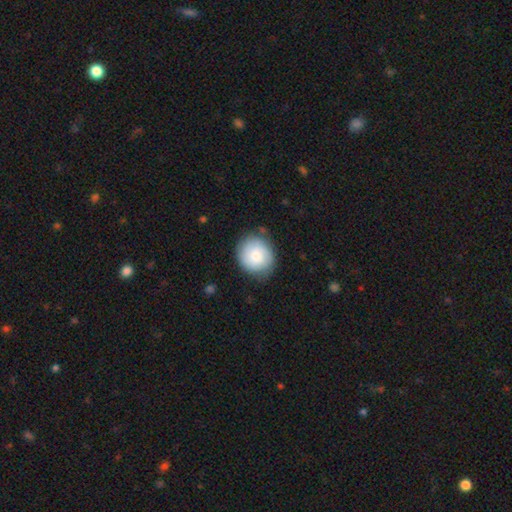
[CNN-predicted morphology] smooth-or-featured: smooth: 74% | featured or disk: 20% | star or artifact: 6%
  how-rounded: round: 82% | in between: 18% | cigar-shaped: 1%
  merging: none: 78% | minor disturbance: 16% | major disturbance: 4% | merger: 2%